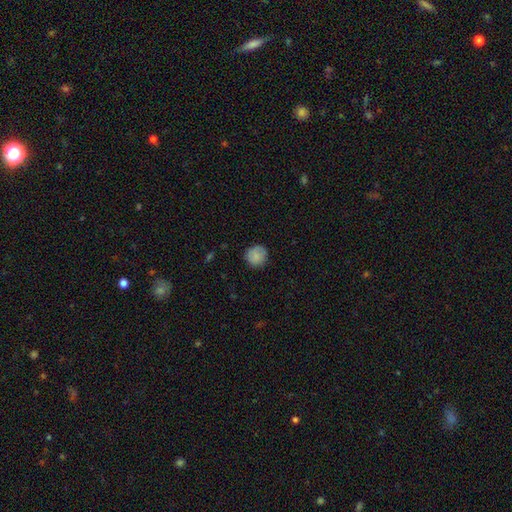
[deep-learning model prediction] Smooth or featured?
  - smooth: 83% *
  - featured or disk: 9%
  - star or artifact: 7%
How rounded?
  - round: 92% *
  - in between: 7%
  - cigar-shaped: 1%
Merging?
  - none: 85% *
  - minor disturbance: 12%
  - major disturbance: 2%
  - merger: 1%